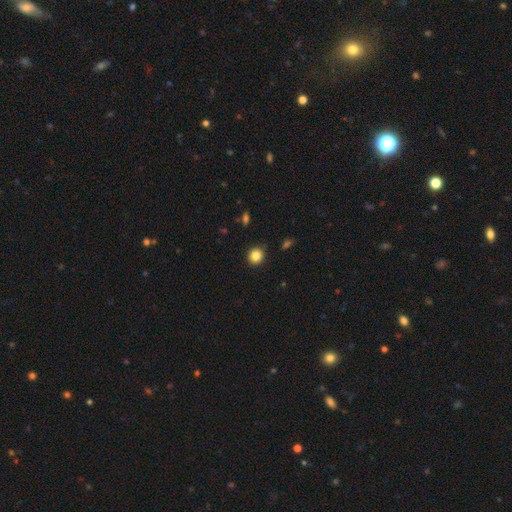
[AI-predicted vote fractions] A smooth galaxy with no disk features (85%) that is round (92%). Merging: none (90%).